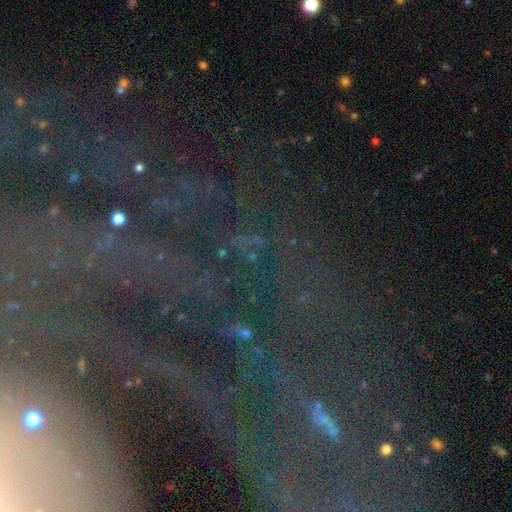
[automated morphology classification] A star or artifact, not a galaxy (56%).